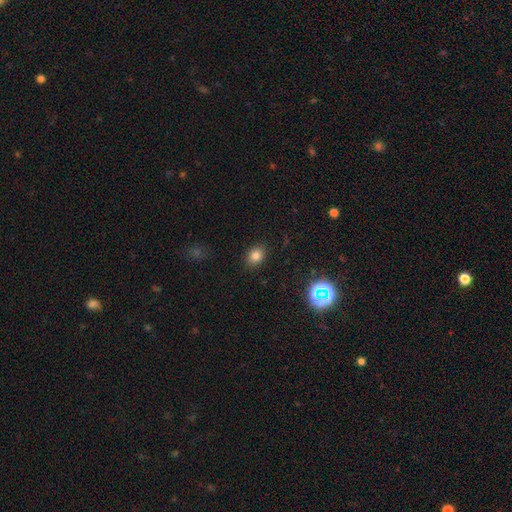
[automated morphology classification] A smooth galaxy with no disk features (80%) that is in between round and cigar-shaped (55%). Merging: none (87%).